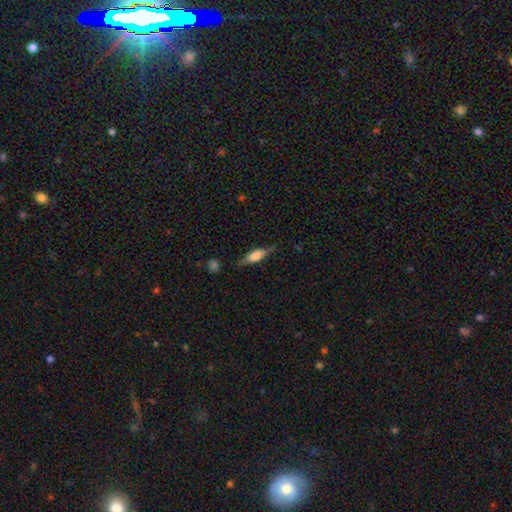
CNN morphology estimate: smooth-or-featured: smooth: 52% | featured or disk: 41% | star or artifact: 7%
  how-rounded: in between: 50% | cigar-shaped: 47% | round: 3%
  merging: none: 75% | minor disturbance: 18% | major disturbance: 5% | merger: 2%